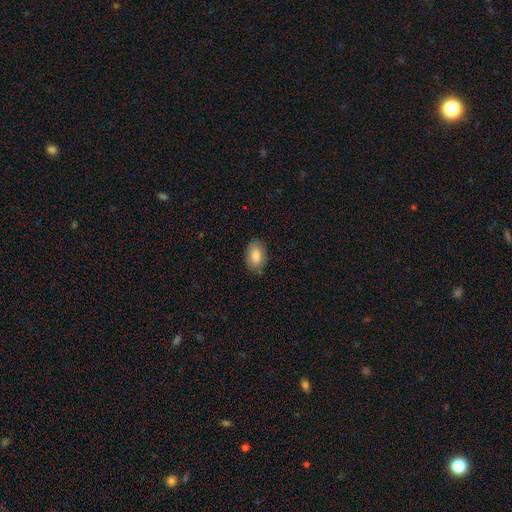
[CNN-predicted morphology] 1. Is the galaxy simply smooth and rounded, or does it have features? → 79% smooth, 14% featured or disk, 7% star or artifact.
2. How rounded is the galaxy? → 89% in between, 10% round, 1% cigar-shaped.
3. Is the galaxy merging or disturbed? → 81% none, 15% minor disturbance, 3% major disturbance, 1% merger.